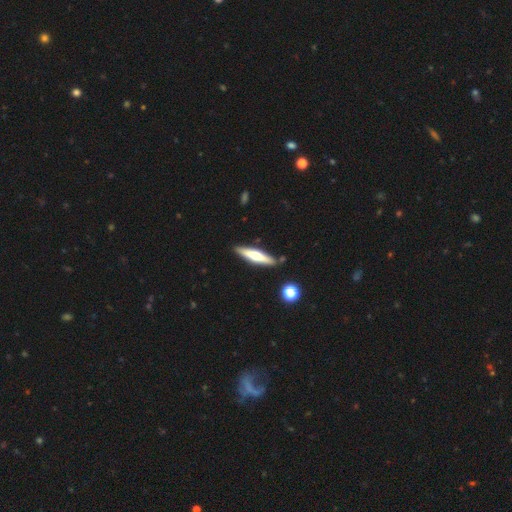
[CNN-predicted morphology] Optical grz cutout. It shows a featured or disk galaxy (48%). Merging: none (85%).